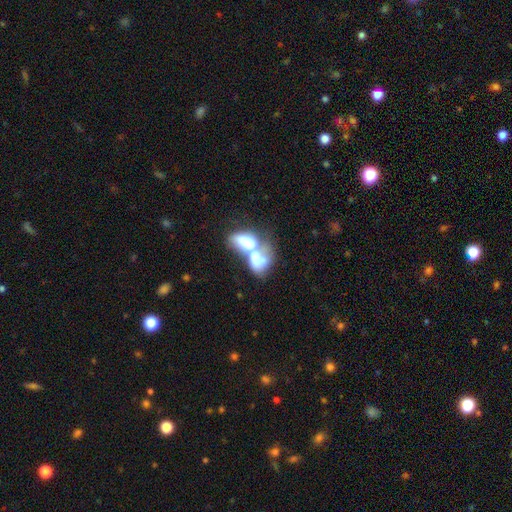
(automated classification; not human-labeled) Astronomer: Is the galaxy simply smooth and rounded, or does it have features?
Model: smooth — 57% (runner-up: featured or disk, 34%).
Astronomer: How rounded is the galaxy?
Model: in between — 84%.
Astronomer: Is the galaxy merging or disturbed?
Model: merger — 77%.